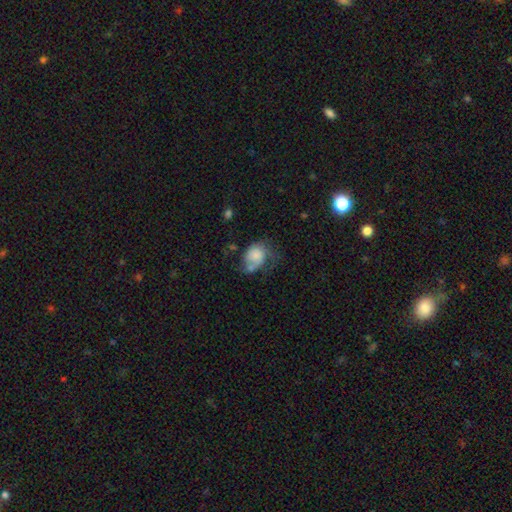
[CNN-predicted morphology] A smooth galaxy with no disk features (62%) that is in between round and cigar-shaped (59%). Merging: major disturbance (32%).